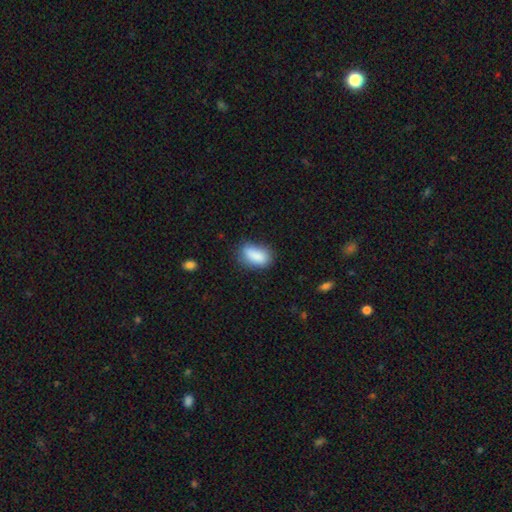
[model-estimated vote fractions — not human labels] This appears to be a smooth galaxy with no disk features (86%) that is in between round and cigar-shaped (88%). Merging: none (67%).